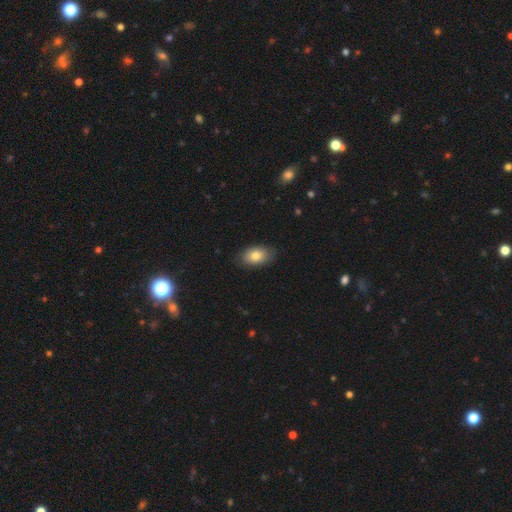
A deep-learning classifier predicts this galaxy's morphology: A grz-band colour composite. It shows a smooth galaxy with no disk features (80%) that is in between round and cigar-shaped (89%). Merging: none (83%).